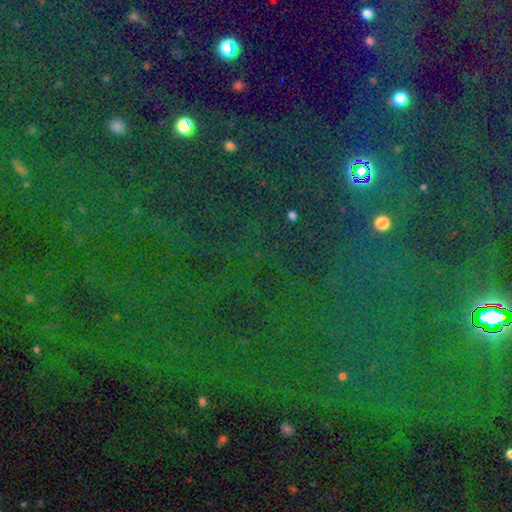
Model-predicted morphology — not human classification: Smooth or featured? star or artifact (80%)